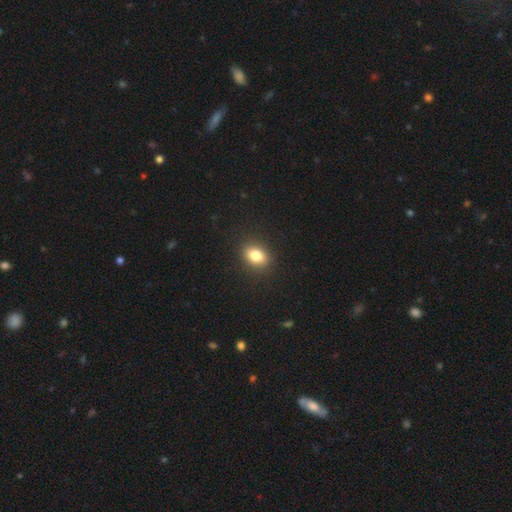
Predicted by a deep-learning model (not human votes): This appears to be a smooth galaxy with no disk features (82%) that is in between round and cigar-shaped (66%). Merging: none (89%).